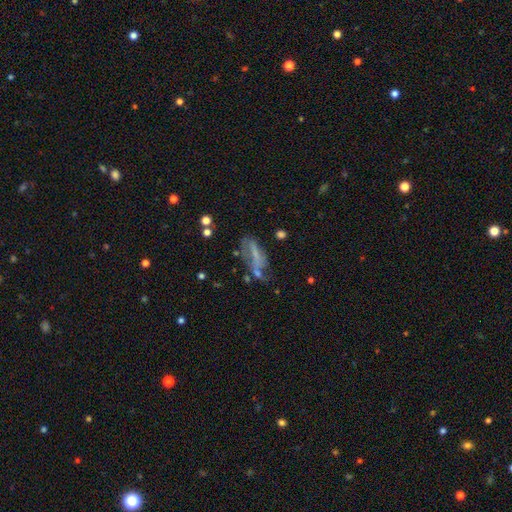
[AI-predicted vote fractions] Smooth or featured? Predicted: featured or disk (p=0.47). Merging? Predicted: none (p=0.33).